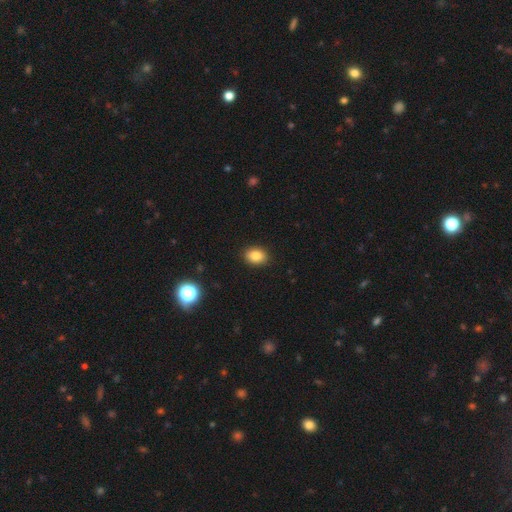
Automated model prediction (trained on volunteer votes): smooth 85%, star or artifact 10%, featured or disk 5%. Down the decision tree: how rounded — in between (68%); merging — none (90%).